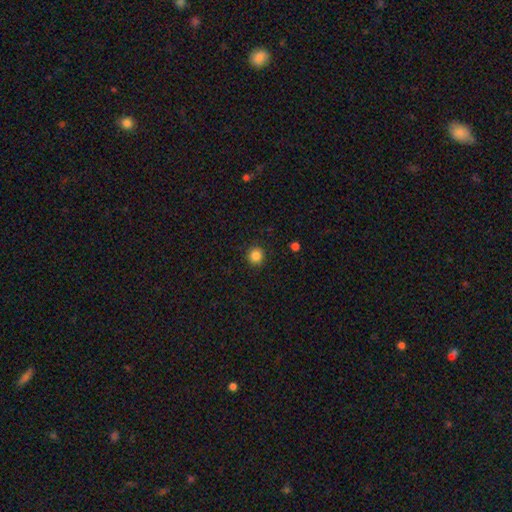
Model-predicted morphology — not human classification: This is clearly a smooth galaxy (86%). How rounded: clearly round (92%). Merging: clearly none (91%).